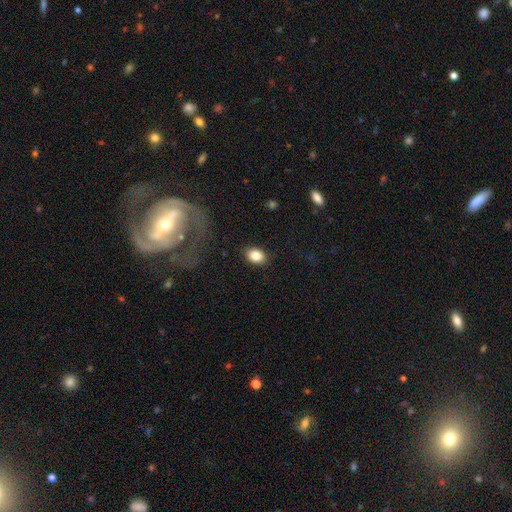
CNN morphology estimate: Smooth or featured: smooth — 85% (star or artifact — 8%)
How rounded: in between — 74% (round — 25%)
Merging: none — 86% (minor disturbance — 10%)